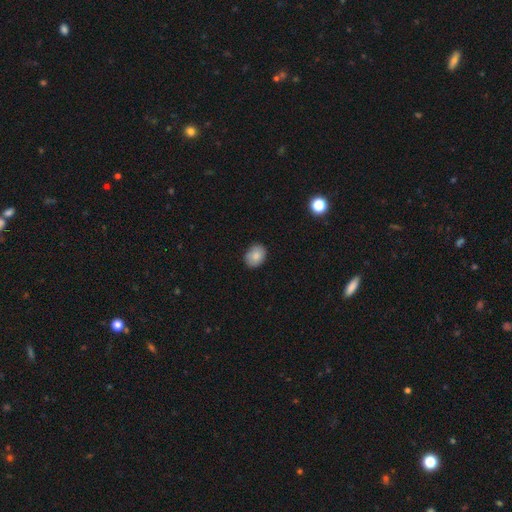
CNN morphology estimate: This is clearly a smooth galaxy (83%). How rounded: possibly in between (57%). Merging: clearly none (83%).